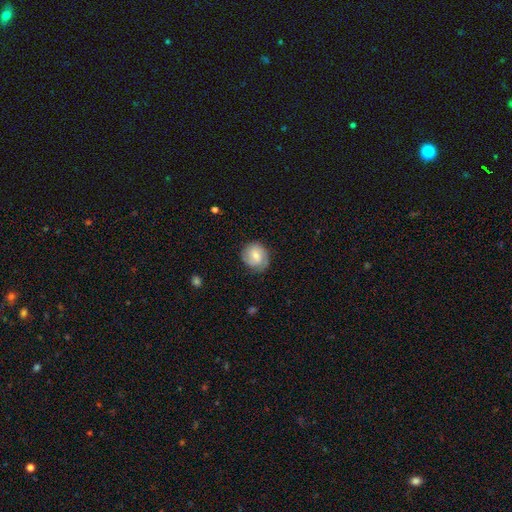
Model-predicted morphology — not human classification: Overall: smooth (56%; featured or disk 37%). How rounded: round (74%). Merging: none (77%).